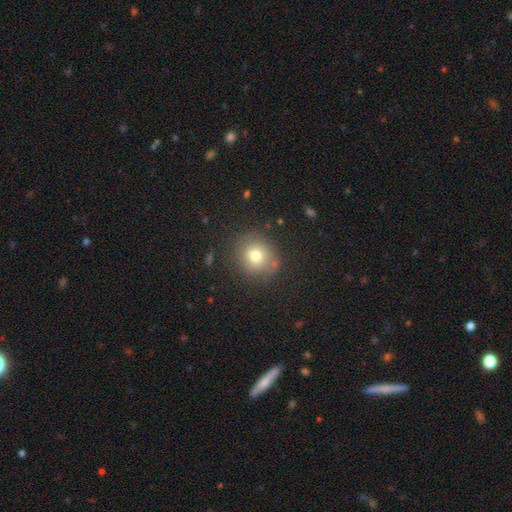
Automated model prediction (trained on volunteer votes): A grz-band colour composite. It shows a smooth galaxy with no disk features (73%) that is round (85%). Merging: none (78%).